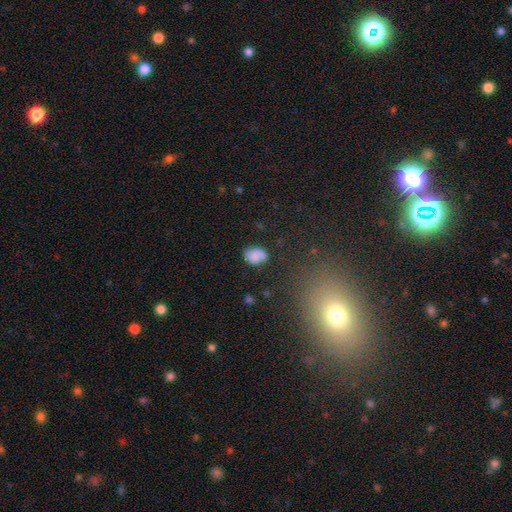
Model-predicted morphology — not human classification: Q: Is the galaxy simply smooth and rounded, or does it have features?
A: smooth — 75%.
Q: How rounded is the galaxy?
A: in between — 73%.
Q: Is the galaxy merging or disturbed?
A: none — 67%.